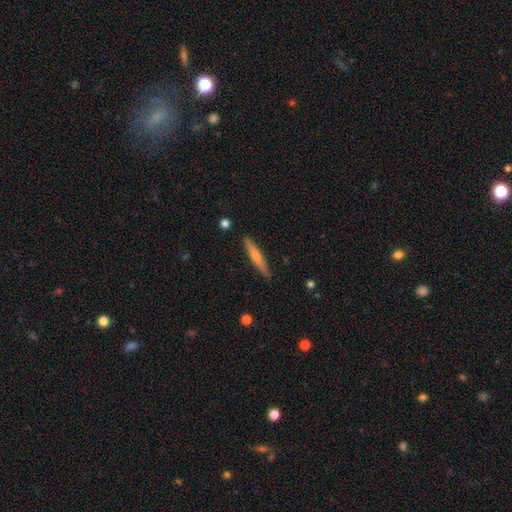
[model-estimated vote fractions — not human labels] Smooth or featured? smooth (64%)
How rounded? cigar-shaped (94%)
Merging? none (89%)